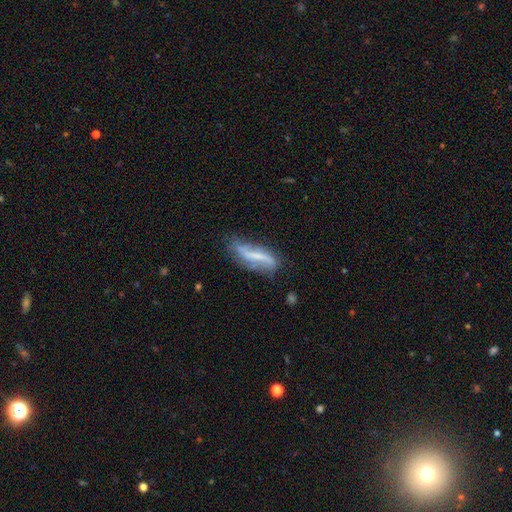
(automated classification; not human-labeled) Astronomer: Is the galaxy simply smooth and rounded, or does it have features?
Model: featured or disk — 66%.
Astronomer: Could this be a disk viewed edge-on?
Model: no — 82%.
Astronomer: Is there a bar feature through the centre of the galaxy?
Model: strong — 42% (runner-up: weak, 33%).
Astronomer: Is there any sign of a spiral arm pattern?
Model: yes — 84%.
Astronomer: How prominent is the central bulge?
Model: none — 42% (runner-up: small, 38%).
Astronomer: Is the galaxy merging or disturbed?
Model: none — 64%.